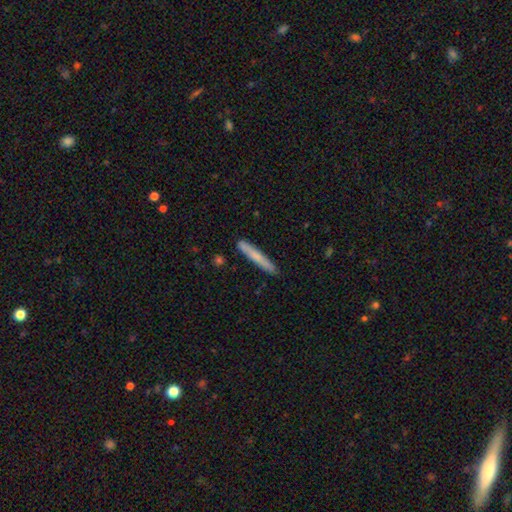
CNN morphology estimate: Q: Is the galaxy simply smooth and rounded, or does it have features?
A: smooth — 70%.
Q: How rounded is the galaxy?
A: cigar-shaped — 96%.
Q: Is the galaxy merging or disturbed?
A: none — 88%.